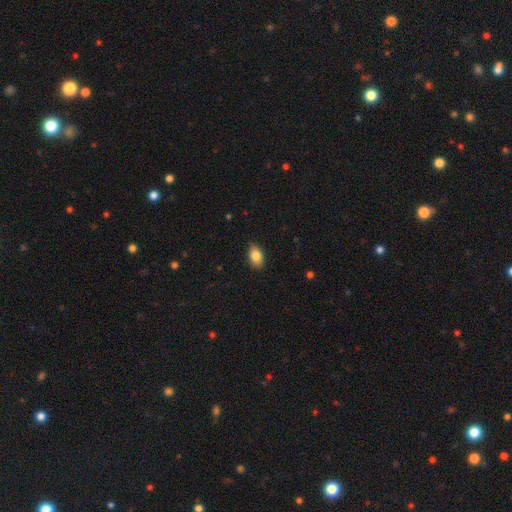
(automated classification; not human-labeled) Morphology: type=smooth (83%); roundness=in between (87%); merging=none (83%).